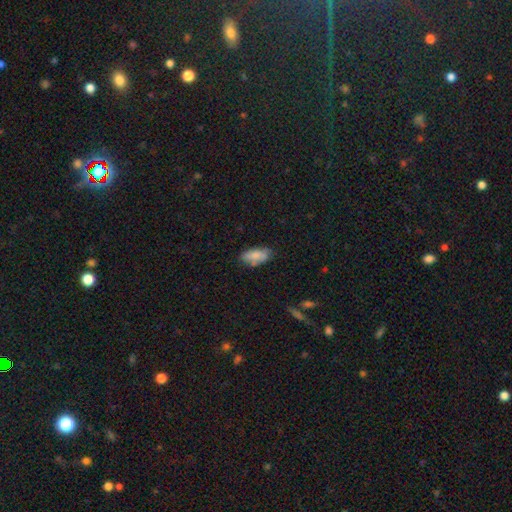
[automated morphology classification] Smooth or featured? Predicted: smooth (p=0.76). How rounded? Predicted: in between (p=0.88). Merging? Predicted: none (p=0.64).